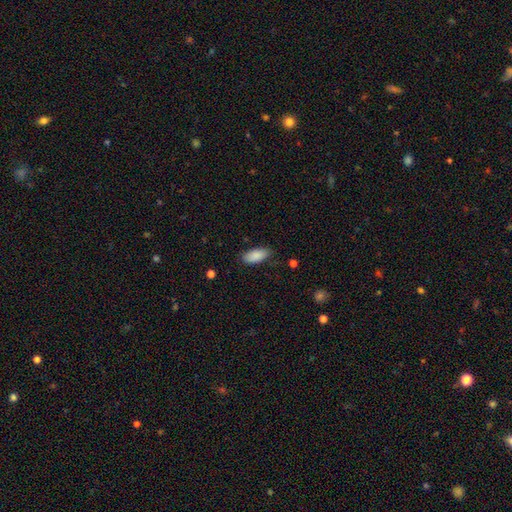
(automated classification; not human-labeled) Overall: smooth (89%). How rounded: in between (88%). Merging: none (81%).